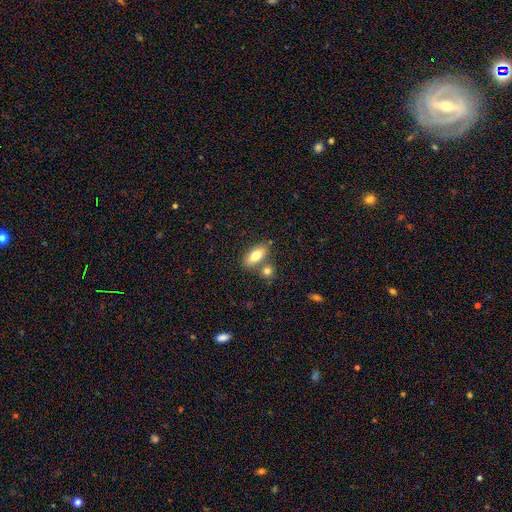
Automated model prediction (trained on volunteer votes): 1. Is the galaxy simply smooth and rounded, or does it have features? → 75% smooth, 17% featured or disk, 7% star or artifact.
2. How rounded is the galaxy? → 83% in between, 13% cigar-shaped, 5% round.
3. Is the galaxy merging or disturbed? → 68% none, 18% merger, 11% minor disturbance, 3% major disturbance.